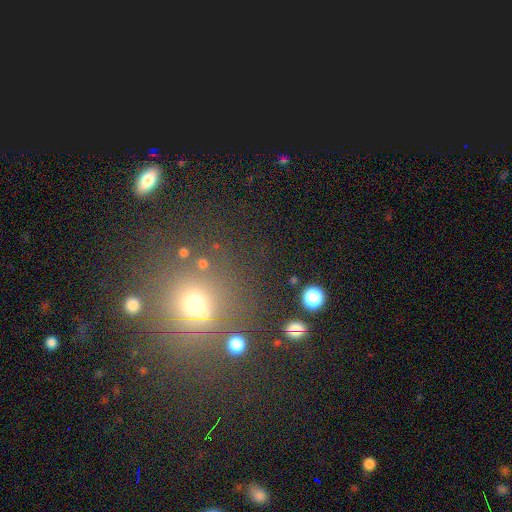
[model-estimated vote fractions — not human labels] Smooth or featured: smooth — 46% (star or artifact — 45%)
Merging: none — 81% (minor disturbance — 9%)